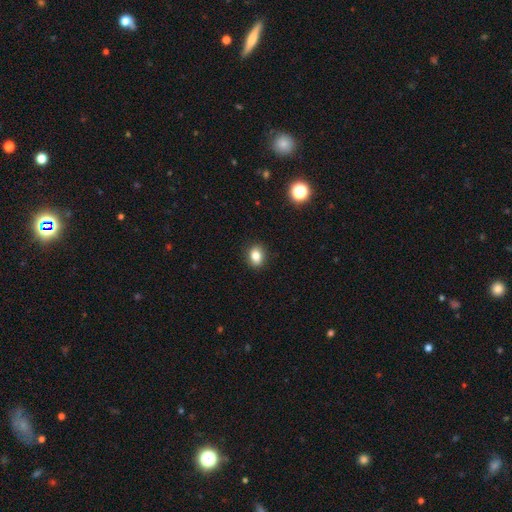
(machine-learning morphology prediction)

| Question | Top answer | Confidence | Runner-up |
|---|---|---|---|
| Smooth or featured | smooth | 82% | star or artifact (10%) |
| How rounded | in between | 59% | round (40%) |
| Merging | none | 89% | minor disturbance (8%) |